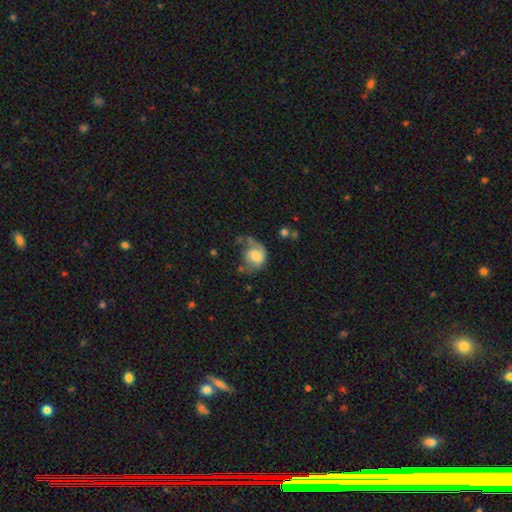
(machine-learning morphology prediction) smooth_or_featured: featured or disk (p=0.56) [alt: smooth p=0.36]
disk_edge_on: no (p=0.97) [alt: yes p=0.03]
bar: no (p=0.60) [alt: weak p=0.34]
has_spiral_arms: yes (p=0.85) [alt: no p=0.15]
bulge_size: moderate (p=0.37) [alt: small p=0.26]
merging: none (p=0.37) [alt: major disturbance p=0.32]